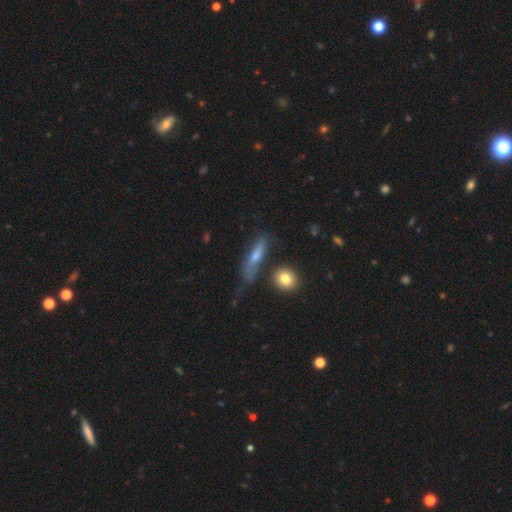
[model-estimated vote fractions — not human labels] smooth_or_featured: smooth (p=0.50) [alt: featured or disk p=0.40]
how_rounded: cigar-shaped (p=0.70) [alt: in between p=0.25]
merging: none (p=0.57) [alt: minor disturbance p=0.23]